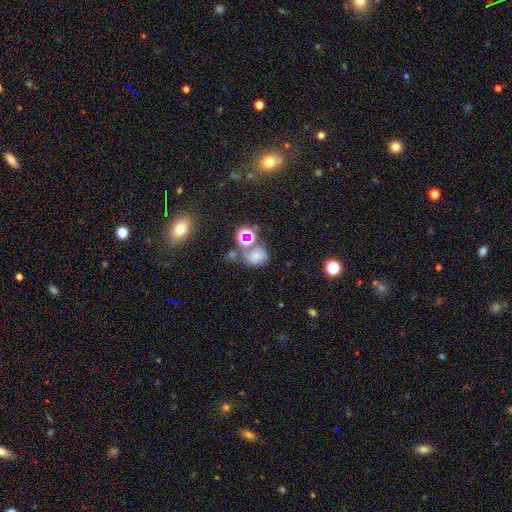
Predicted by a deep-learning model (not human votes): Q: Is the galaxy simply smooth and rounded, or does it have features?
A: smooth — 50%.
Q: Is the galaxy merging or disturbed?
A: none — 39%.